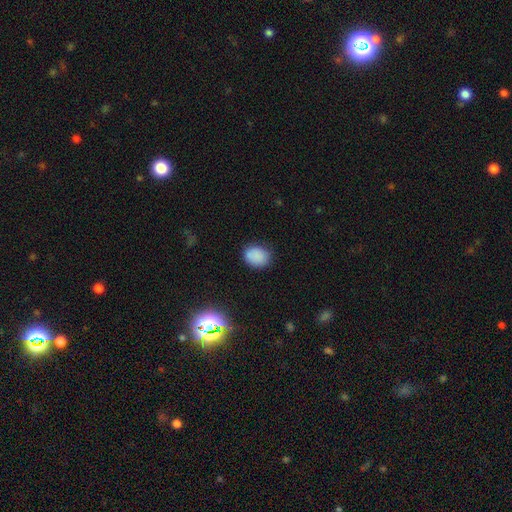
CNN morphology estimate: smooth-or-featured: smooth: 85% | star or artifact: 10% | featured or disk: 5%
  how-rounded: in between: 56% | round: 43% | cigar-shaped: 1%
  merging: none: 80% | minor disturbance: 15% | major disturbance: 3% | merger: 2%